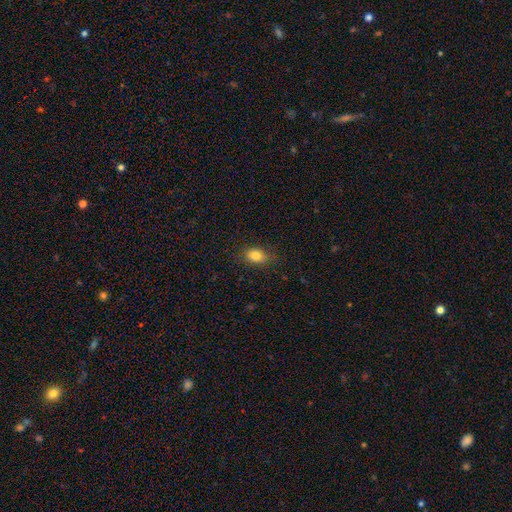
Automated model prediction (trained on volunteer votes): smooth-or-featured: smooth: 83% | star or artifact: 9% | featured or disk: 8%
  how-rounded: in between: 82% | round: 16% | cigar-shaped: 2%
  merging: none: 83% | minor disturbance: 13% | major disturbance: 3% | merger: 1%